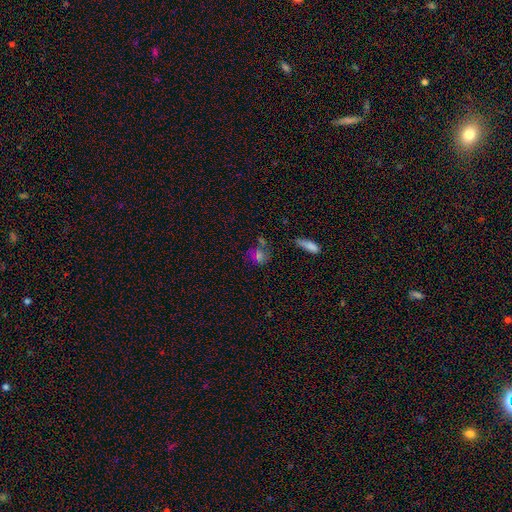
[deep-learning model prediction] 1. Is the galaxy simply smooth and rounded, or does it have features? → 52% smooth, 27% featured or disk, 21% star or artifact.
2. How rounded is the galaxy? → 60% round, 35% in between, 4% cigar-shaped.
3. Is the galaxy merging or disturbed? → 61% none, 18% minor disturbance, 12% merger, 9% major disturbance.